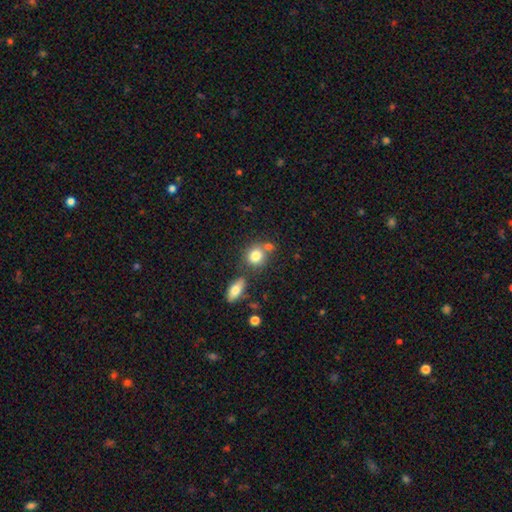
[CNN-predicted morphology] smooth 81%, star or artifact 10%, featured or disk 9%. Down the decision tree: how rounded — round (71%); merging — none (59%).